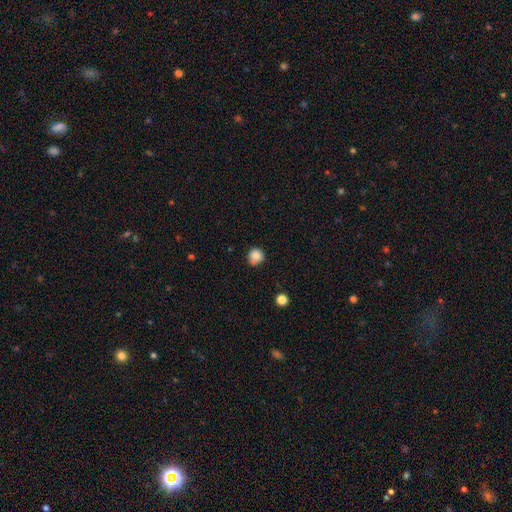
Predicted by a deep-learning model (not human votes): Smooth or featured? smooth (85%)
How rounded? round (89%)
Merging? none (76%)